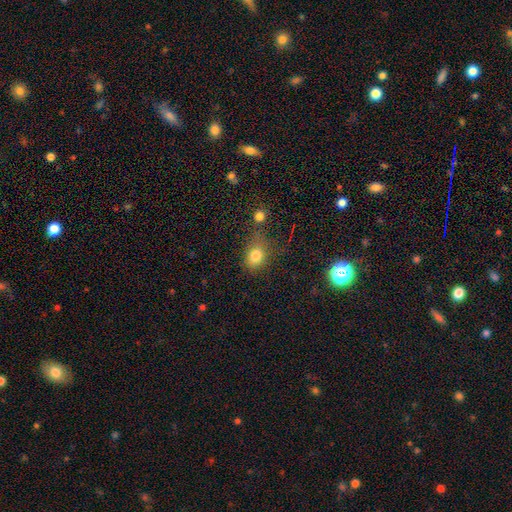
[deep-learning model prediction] Smooth or featured: smooth — 79% (star or artifact — 14%)
How rounded: round — 49% (tied with in between — 49%)
Merging: none — 61% (minor disturbance — 19%)